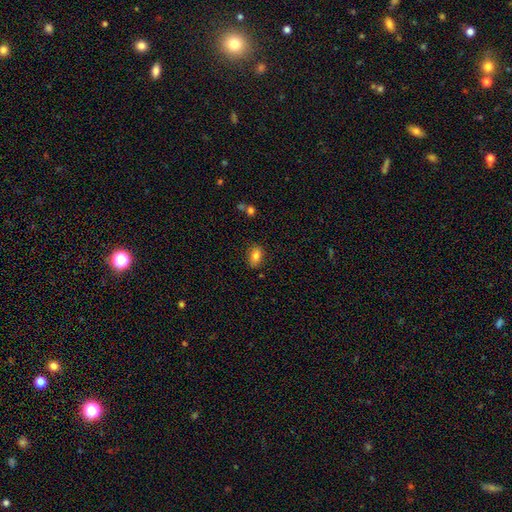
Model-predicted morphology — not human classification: smooth 81%, featured or disk 10%, star or artifact 9%. Down the decision tree: how rounded — in between (84%); merging — none (82%).